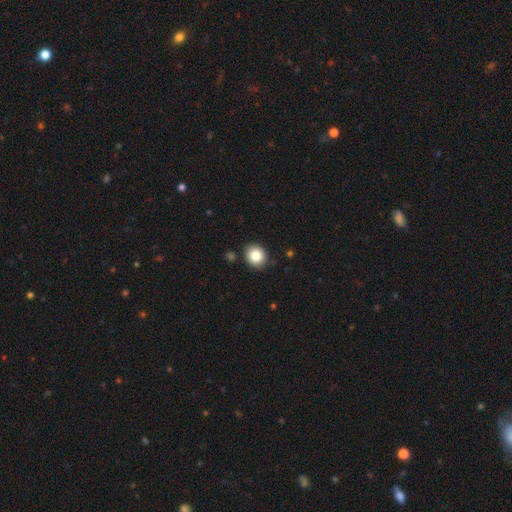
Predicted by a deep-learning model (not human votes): This appears to be a smooth galaxy with no disk features (84%) that is round (75%). Merging: none (87%).